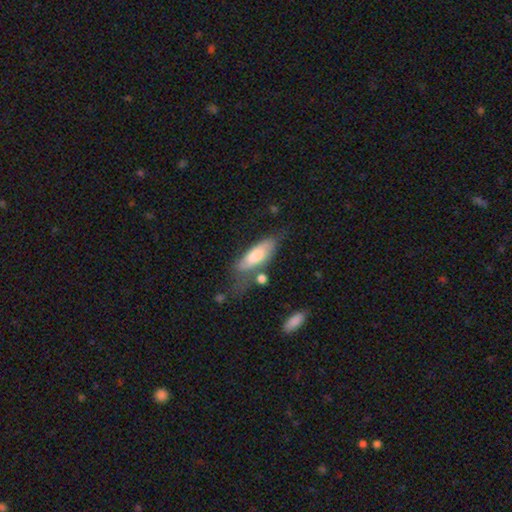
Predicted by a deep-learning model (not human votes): Smooth or featured? Predicted: smooth (p=0.65). How rounded? Predicted: in between (p=0.64). Merging? Predicted: none (p=0.39).